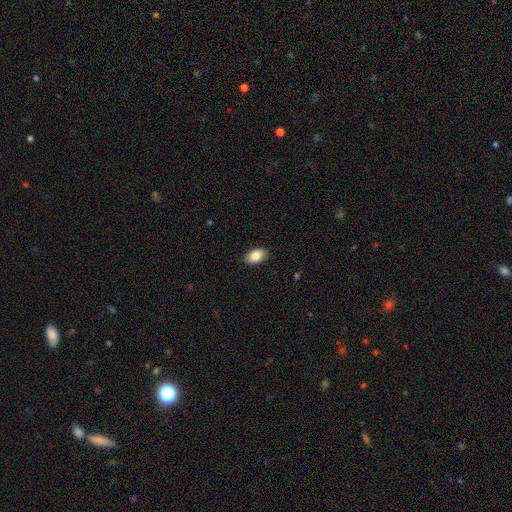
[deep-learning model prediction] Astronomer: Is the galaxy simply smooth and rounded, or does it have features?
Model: smooth — 85%.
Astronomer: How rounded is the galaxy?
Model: in between — 91%.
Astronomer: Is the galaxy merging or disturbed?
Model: none — 89%.